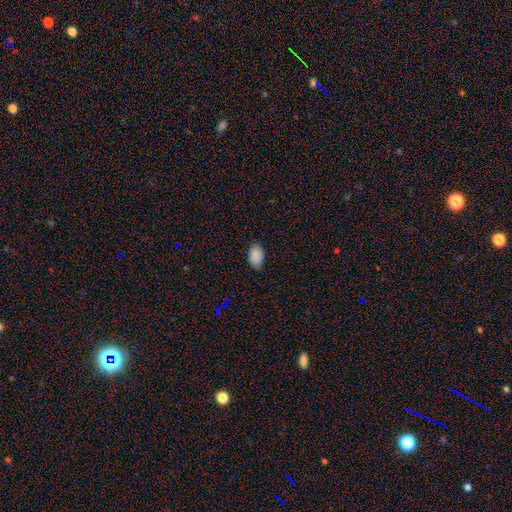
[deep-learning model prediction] A smooth galaxy with no disk features (84%) that is in between round and cigar-shaped (89%). Merging: none (75%).